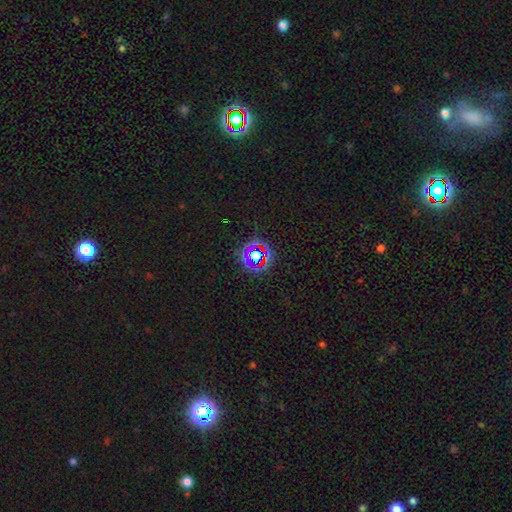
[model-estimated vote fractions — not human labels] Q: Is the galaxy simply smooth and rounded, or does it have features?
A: star or artifact — 68%.